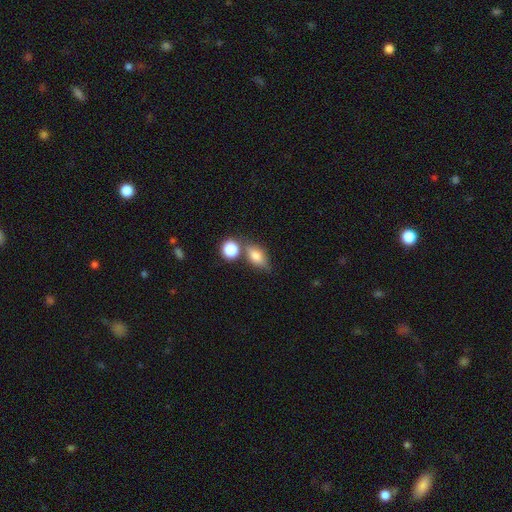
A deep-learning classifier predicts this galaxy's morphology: smooth 70%, featured or disk 19%, star or artifact 11%. Down the decision tree: how rounded — in between (71%); merging — none (58%).